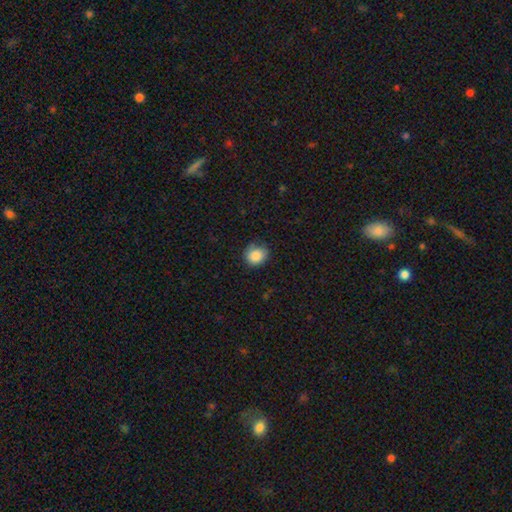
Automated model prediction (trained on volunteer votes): A smooth galaxy with no disk features (87%) that is round (78%).

Vote fractions:
- Smooth or featured? smooth: 87% / star or artifact: 9% / featured or disk: 5%
- How rounded? round: 78% / in between: 21% / cigar-shaped: 1%
- Merging? none: 75% / minor disturbance: 20% / major disturbance: 3% / merger: 1%